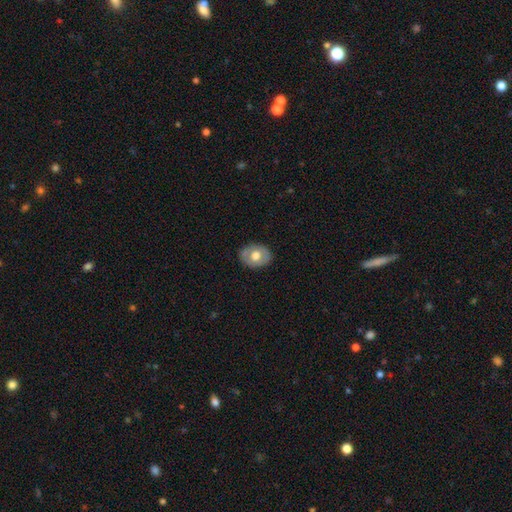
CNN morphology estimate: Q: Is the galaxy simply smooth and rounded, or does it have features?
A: smooth — 57%.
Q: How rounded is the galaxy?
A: in between — 64%.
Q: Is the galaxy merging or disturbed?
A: none — 83%.